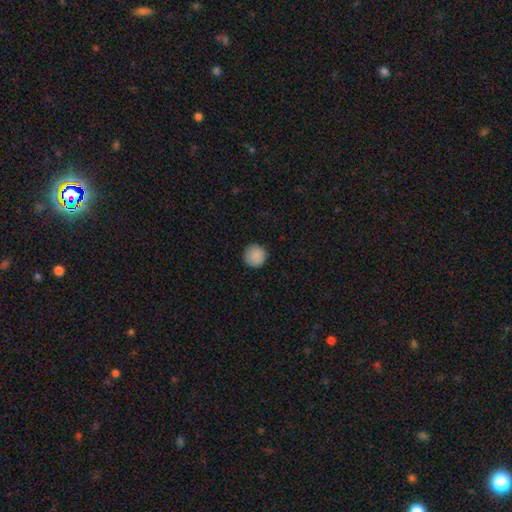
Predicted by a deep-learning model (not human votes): Overall: smooth (88%). How rounded: round (96%). Merging: none (92%).